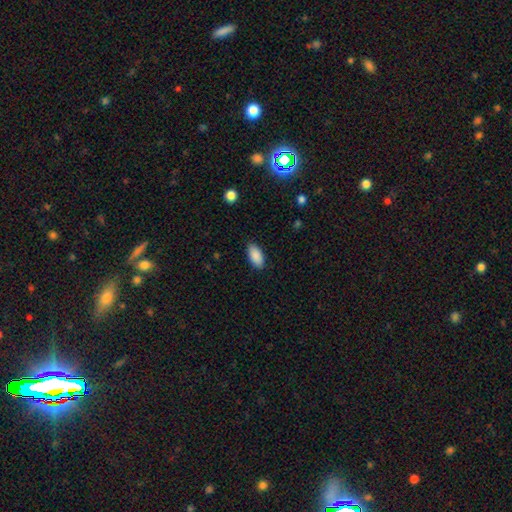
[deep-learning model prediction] smooth-or-featured: smooth: 90% | star or artifact: 7% | featured or disk: 4%
  how-rounded: in between: 94% | cigar-shaped: 4% | round: 2%
  merging: none: 87% | minor disturbance: 10% | major disturbance: 2% | merger: 1%